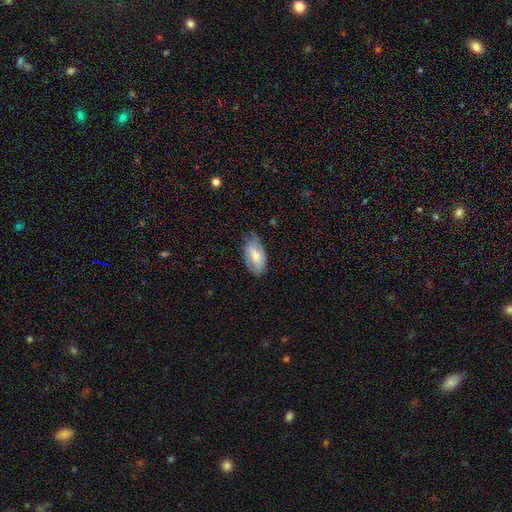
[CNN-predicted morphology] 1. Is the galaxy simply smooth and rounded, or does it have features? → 49% smooth, 44% featured or disk, 7% star or artifact.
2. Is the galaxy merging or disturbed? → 68% none, 25% minor disturbance, 5% major disturbance, 1% merger.